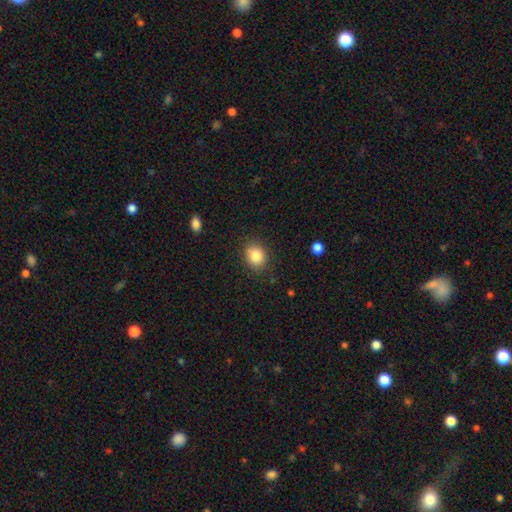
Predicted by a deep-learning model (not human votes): This appears to be a smooth galaxy with no disk features (85%) that is round (61%). Merging: none (86%).